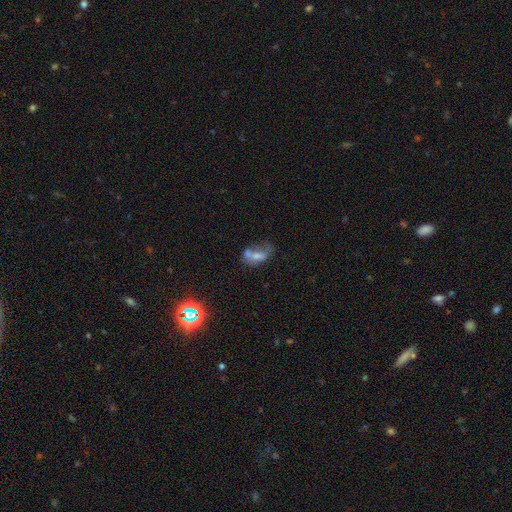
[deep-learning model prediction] smooth 49%, featured or disk 38%, star or artifact 14%. Down the decision tree: merging — merger (40%).